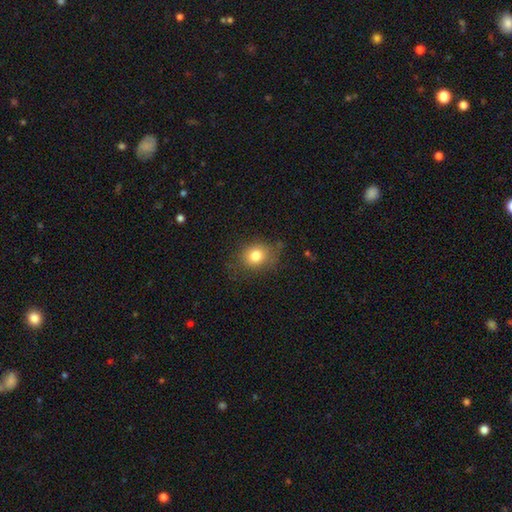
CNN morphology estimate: Smooth or featured: smooth — 79% (star or artifact — 12%)
How rounded: round — 66% (in between — 34%)
Merging: none — 74% (minor disturbance — 19%)